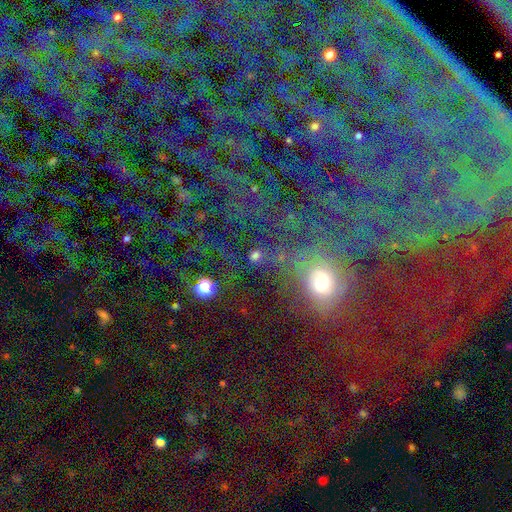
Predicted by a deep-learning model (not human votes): A star or artifact, not a galaxy (40%).

Vote fractions:
- Smooth or featured? star or artifact: 40% / smooth: 37% / featured or disk: 24%